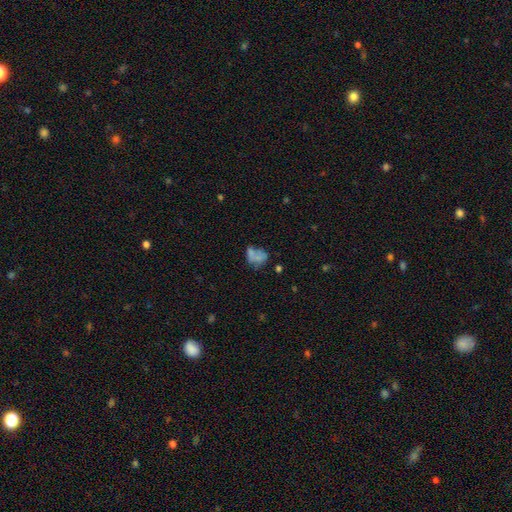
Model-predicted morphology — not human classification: A smooth galaxy with no disk features (58%) that is in between round and cigar-shaped (64%). Merging: none (32%).